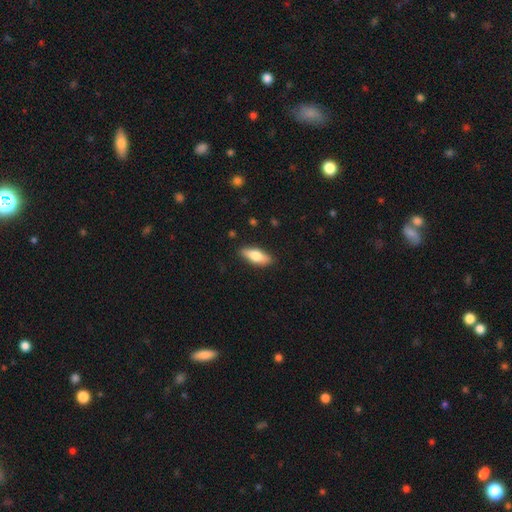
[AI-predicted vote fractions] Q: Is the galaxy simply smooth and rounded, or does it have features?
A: smooth — 71%.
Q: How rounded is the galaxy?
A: in between — 71%.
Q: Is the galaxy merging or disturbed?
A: none — 87%.